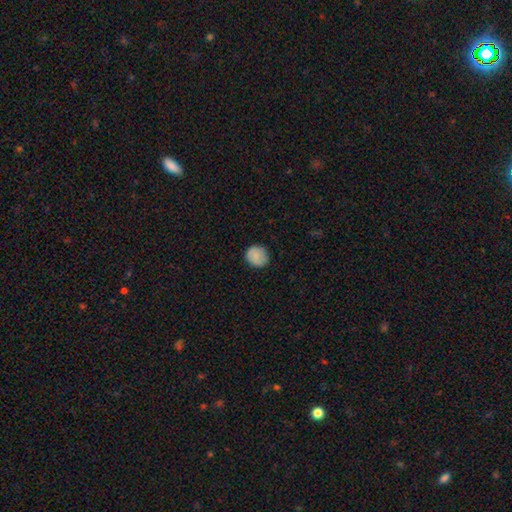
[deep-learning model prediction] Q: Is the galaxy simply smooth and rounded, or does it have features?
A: smooth — 83%.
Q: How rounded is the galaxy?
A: round — 85%.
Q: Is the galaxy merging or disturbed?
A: none — 84%.